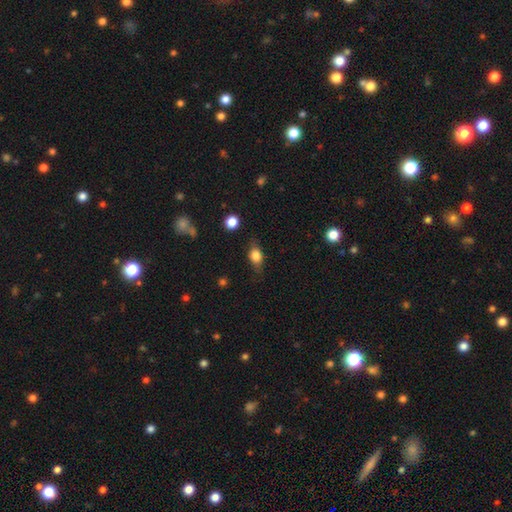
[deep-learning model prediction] Morphology: type=smooth (71%); roundness=in between (70%); merging=none (73%).